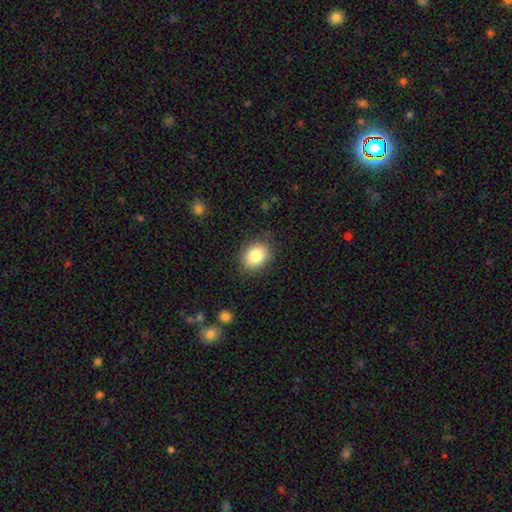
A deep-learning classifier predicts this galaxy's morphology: Overall: smooth (83%). How rounded: in between (64%; round 35%). Merging: none (84%).